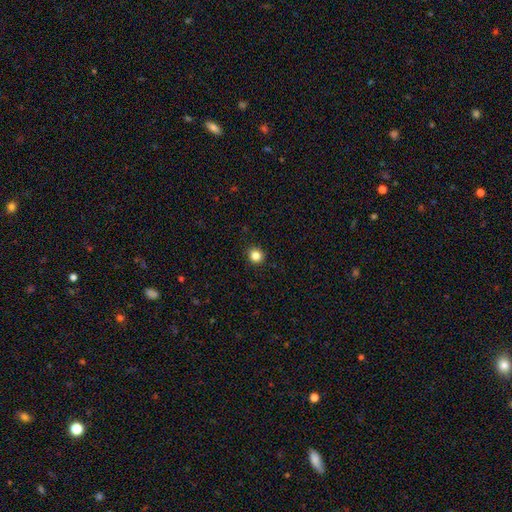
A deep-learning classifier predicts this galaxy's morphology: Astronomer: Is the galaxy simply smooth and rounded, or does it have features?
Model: smooth — 84%.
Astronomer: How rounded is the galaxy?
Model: round — 92%.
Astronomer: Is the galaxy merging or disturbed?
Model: none — 92%.